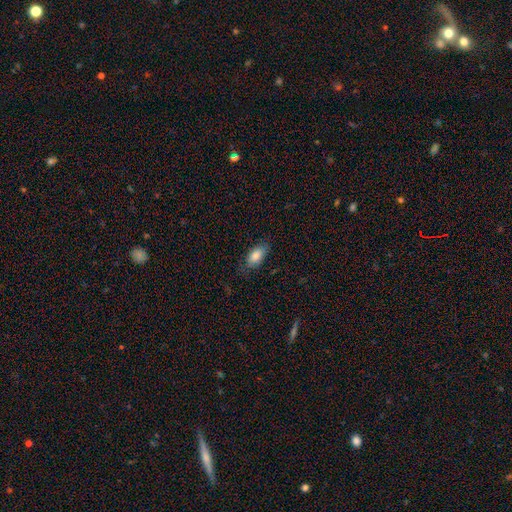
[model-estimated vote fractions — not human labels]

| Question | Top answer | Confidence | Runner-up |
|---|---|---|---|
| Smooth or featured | smooth | 83% | featured or disk (10%) |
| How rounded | in between | 91% | cigar-shaped (5%) |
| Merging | none | 75% | minor disturbance (19%) |